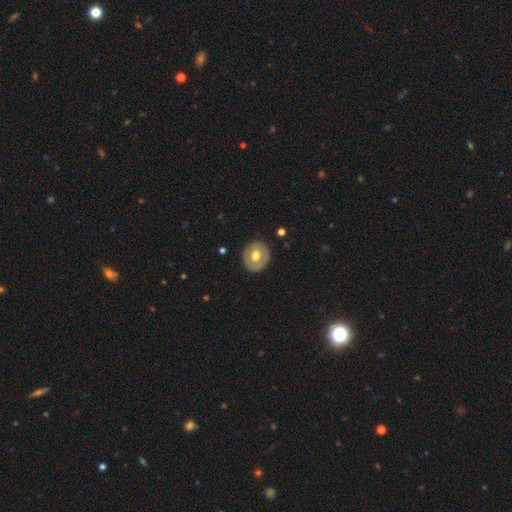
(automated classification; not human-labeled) Smooth or featured?
  - smooth: 52% *
  - featured or disk: 43%
  - star or artifact: 6%
How rounded?
  - round: 82% *
  - in between: 17%
  - cigar-shaped: 1%
Merging?
  - none: 86% *
  - minor disturbance: 10%
  - major disturbance: 3%
  - merger: 1%